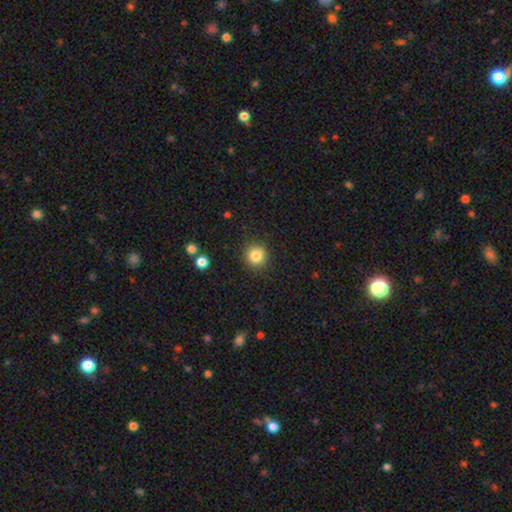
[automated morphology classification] The model was most divided on "smooth or featured": smooth: 84%, star or artifact: 11%, featured or disk: 6%. More confident: how rounded — round (92%); merging — none (89%).